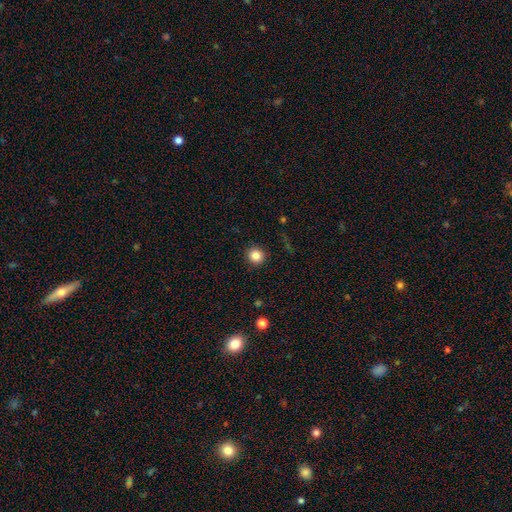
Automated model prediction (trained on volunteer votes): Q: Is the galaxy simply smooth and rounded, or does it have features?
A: smooth — 84%.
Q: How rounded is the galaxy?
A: round — 91%.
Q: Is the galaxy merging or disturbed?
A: none — 91%.